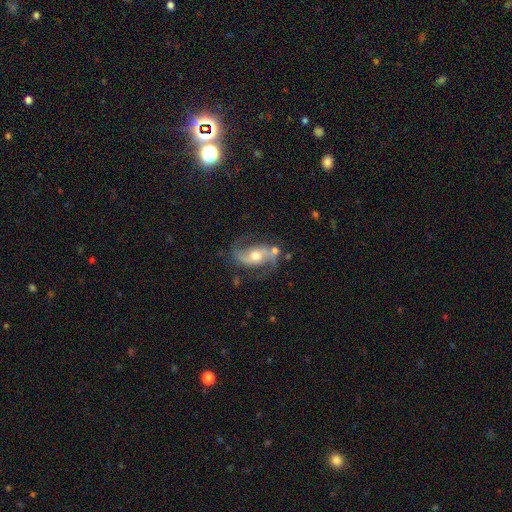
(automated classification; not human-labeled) Smooth or featured?
  - featured or disk: 84% *
  - smooth: 10%
  - star or artifact: 6%
Edge-on disk?
  - no: 96% *
  - yes: 4%
Bar?
  - no: 42% *
  - weak: 37%
  - strong: 21%
Spiral arms?
  - yes: 94% *
  - no: 6%
Spiral winding?
  - loose: 47% *
  - medium: 43%
  - tight: 10%
Spiral arm count?
  - 2: 91% *
  - can't tell: 3%
  - 1: 3%
  - 3: 1%
  - 4: 1%
  - more than 4: 1%
Bulge size?
  - moderate: 70% *
  - small: 14%
  - large: 13%
  - none: 2%
  - dominant: 1%
Merging?
  - none: 65% *
  - minor disturbance: 18%
  - major disturbance: 10%
  - merger: 6%